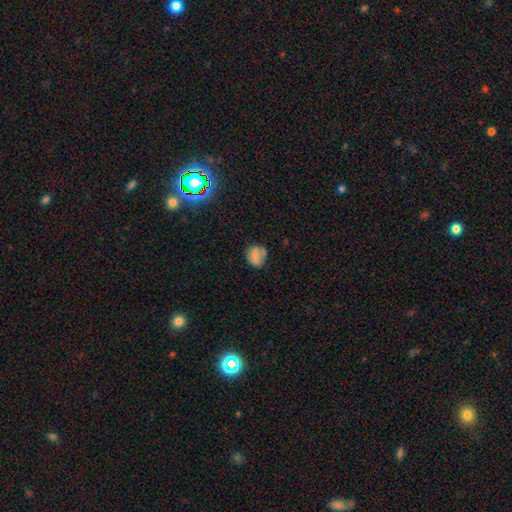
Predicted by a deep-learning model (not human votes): Smooth or featured? Predicted: smooth (p=0.75). How rounded? Predicted: round (p=0.65). Merging? Predicted: none (p=0.67).